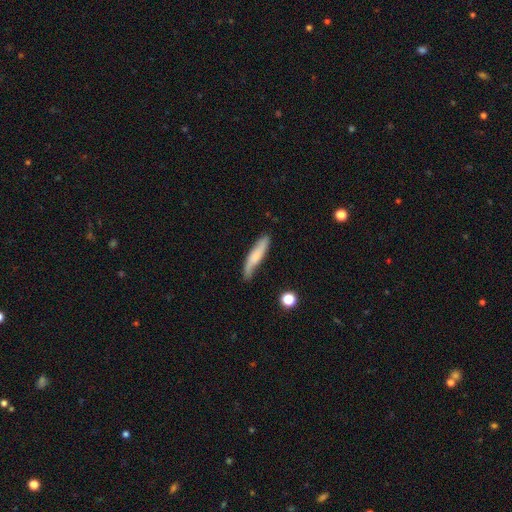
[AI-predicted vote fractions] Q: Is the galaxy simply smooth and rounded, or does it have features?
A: smooth — 62%.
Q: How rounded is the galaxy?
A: cigar-shaped — 84%.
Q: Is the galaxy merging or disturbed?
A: none — 61%.